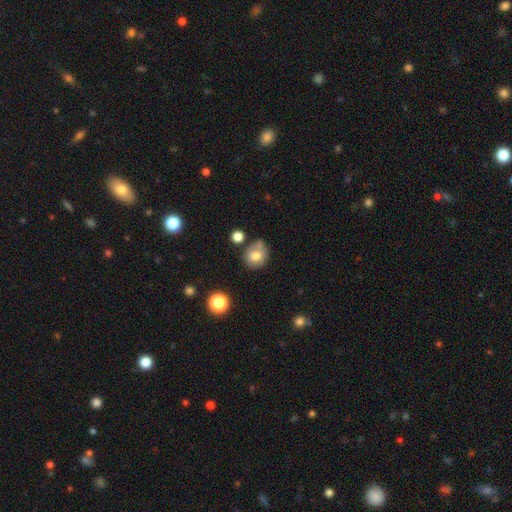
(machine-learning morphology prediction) A smooth galaxy with no disk features (72%) that is round (63%). Merging: none (57%).